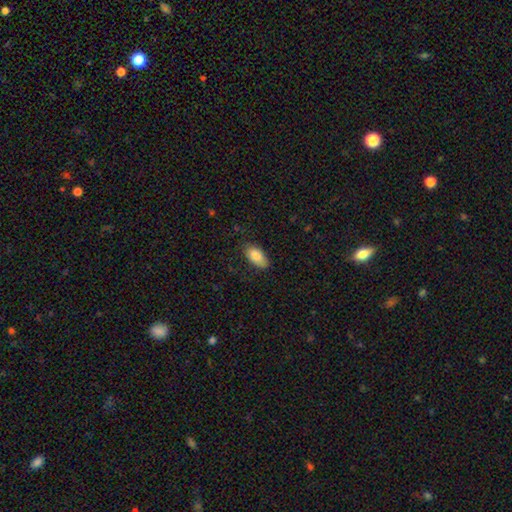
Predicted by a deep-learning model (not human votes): A smooth galaxy with no disk features (85%) that is in between round and cigar-shaped (92%). Merging: none (80%).